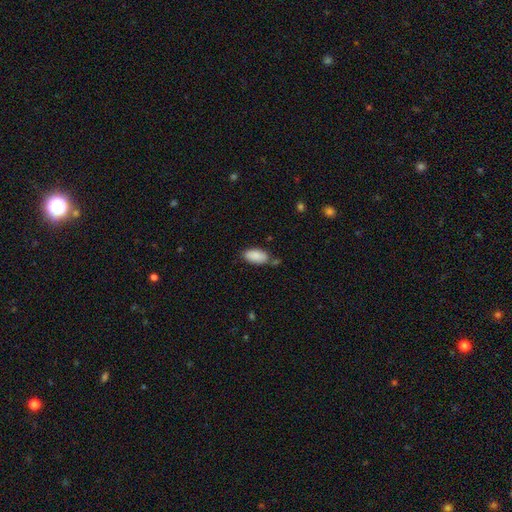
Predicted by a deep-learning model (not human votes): A smooth galaxy with no disk features (88%) that is in between round and cigar-shaped (93%).

Vote fractions:
- Smooth or featured? smooth: 88% / star or artifact: 7% / featured or disk: 5%
- How rounded? in between: 93% / cigar-shaped: 5% / round: 2%
- Merging? none: 65% / minor disturbance: 21% / merger: 9% / major disturbance: 4%